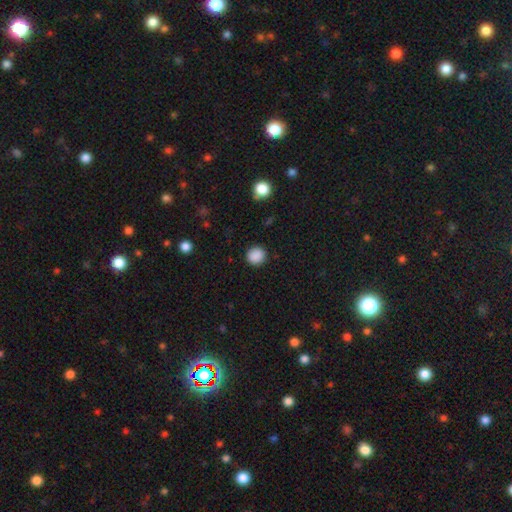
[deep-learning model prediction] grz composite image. It shows a smooth galaxy with no disk features (88%) that is round (90%). Merging: none (90%).